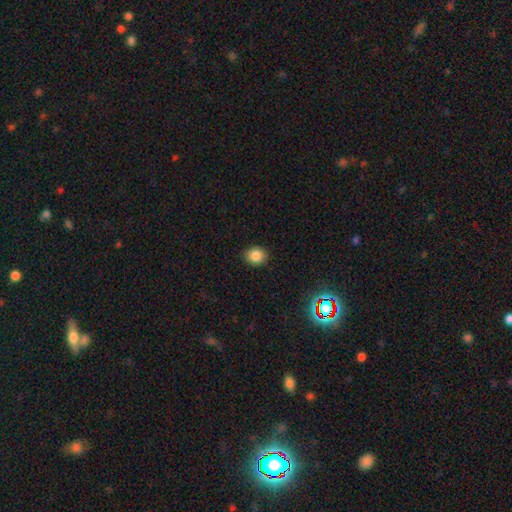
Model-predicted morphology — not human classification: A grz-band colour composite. It shows a smooth galaxy with no disk features (85%) that is round (68%). Merging: none (90%).